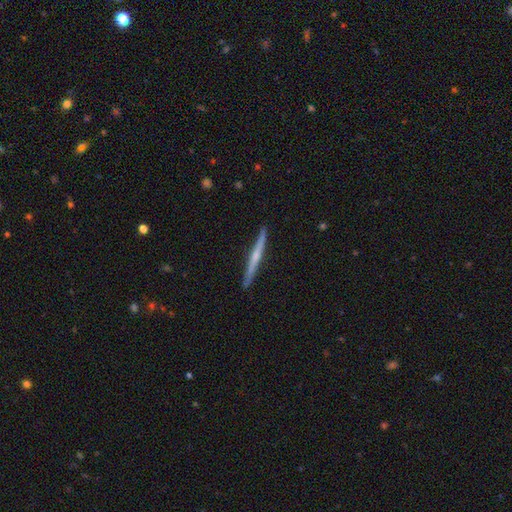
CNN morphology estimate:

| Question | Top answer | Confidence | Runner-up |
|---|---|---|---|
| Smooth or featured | featured or disk | 67% | smooth (27%) |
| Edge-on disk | yes | 98% | no (2%) |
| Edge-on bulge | rounded | 55% | none (37%) |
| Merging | none | 90% | minor disturbance (7%) |